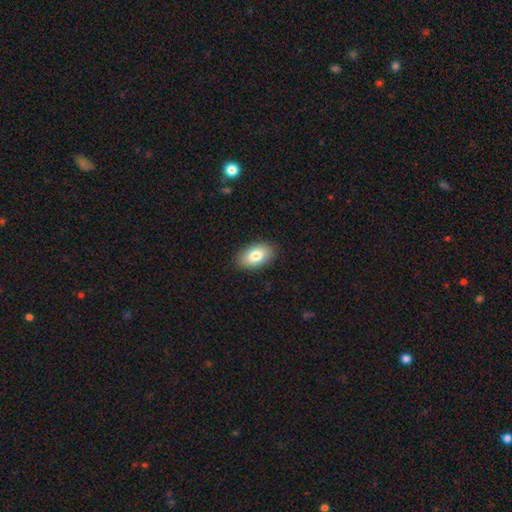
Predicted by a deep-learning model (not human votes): Smooth or featured? smooth (82%)
How rounded? in between (93%)
Merging? none (89%)